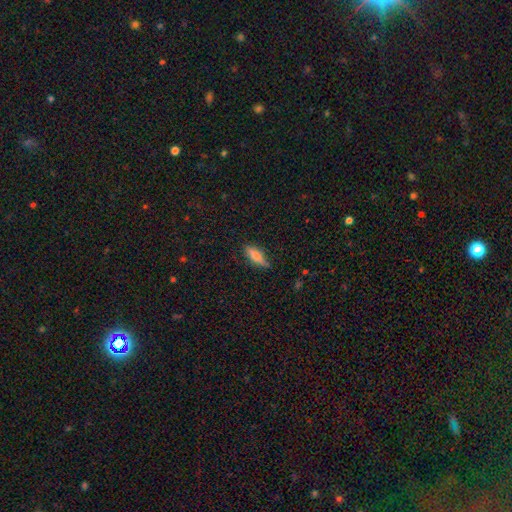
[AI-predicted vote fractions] Smooth or featured? Predicted: smooth (p=0.73). How rounded? Predicted: in between (p=0.52). Merging? Predicted: none (p=0.75).